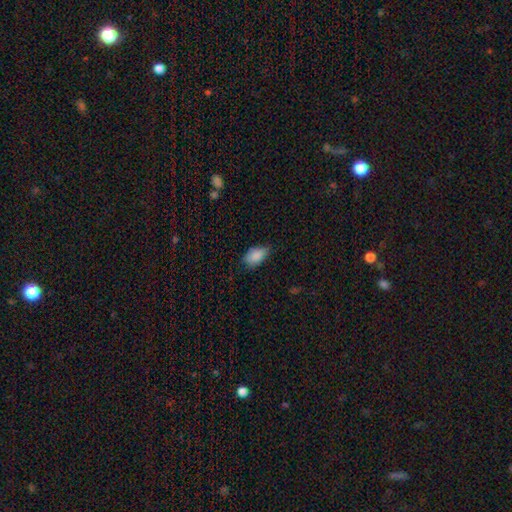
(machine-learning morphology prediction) Smooth or featured?
  - smooth: 86% *
  - star or artifact: 8%
  - featured or disk: 6%
How rounded?
  - in between: 91% *
  - round: 6%
  - cigar-shaped: 3%
Merging?
  - none: 63% *
  - minor disturbance: 30%
  - major disturbance: 5%
  - merger: 1%